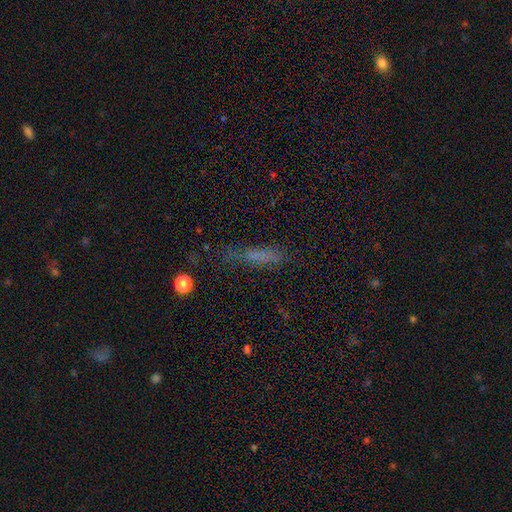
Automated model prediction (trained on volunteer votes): Q: Smooth or featured?
A: smooth (46%); runner-up: featured or disk (28%)
Q: Merging?
A: none (70%); runner-up: minor disturbance (19%)